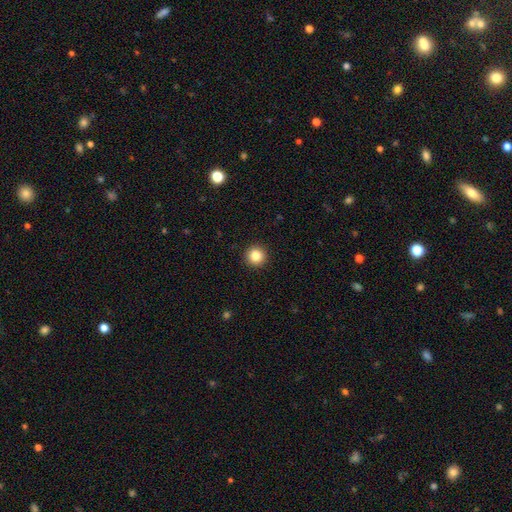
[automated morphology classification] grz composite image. It shows a smooth galaxy with no disk features (85%) that is round (96%). Merging: none (94%).